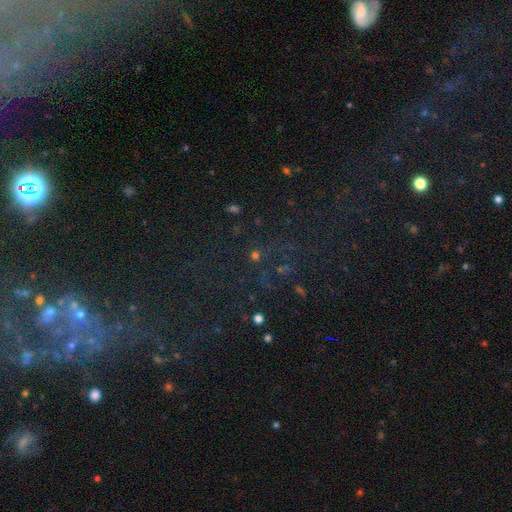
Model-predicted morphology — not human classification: star or artifact 65%, smooth 24%, featured or disk 11%.